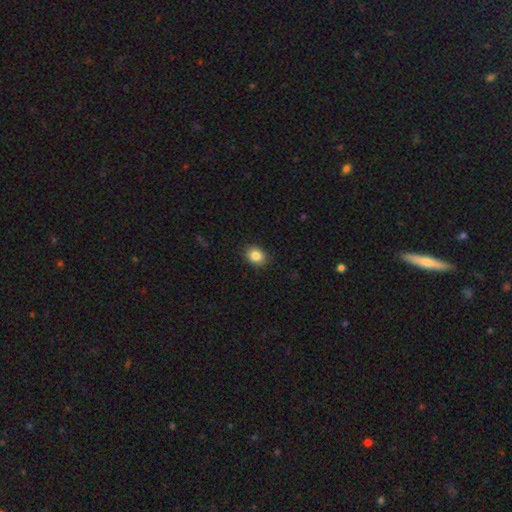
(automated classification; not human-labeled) This is clearly a smooth galaxy (84%). How rounded: possibly in between (52%). Merging: clearly none (88%).